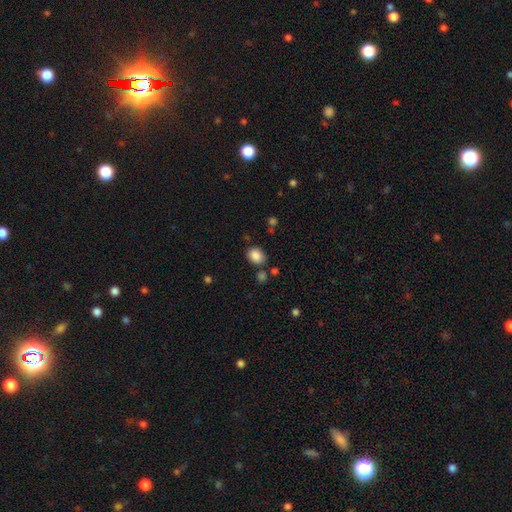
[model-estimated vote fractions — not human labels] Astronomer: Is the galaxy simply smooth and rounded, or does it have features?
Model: smooth — 86%.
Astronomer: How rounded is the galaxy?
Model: in between — 50% (runner-up: round, 49%).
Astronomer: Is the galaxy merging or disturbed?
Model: none — 78%.